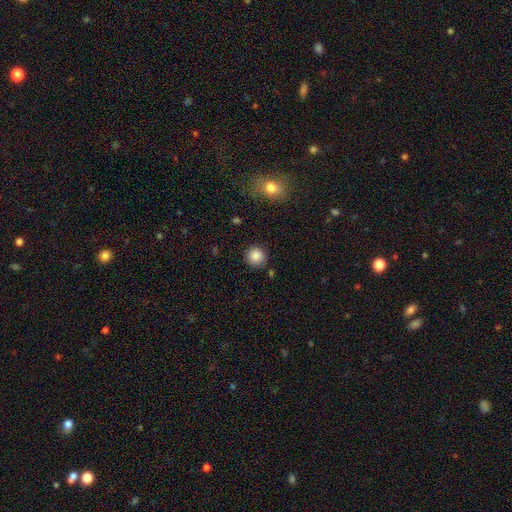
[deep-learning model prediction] smooth 87%, star or artifact 10%, featured or disk 4%. Down the decision tree: how rounded — round (92%); merging — none (88%).